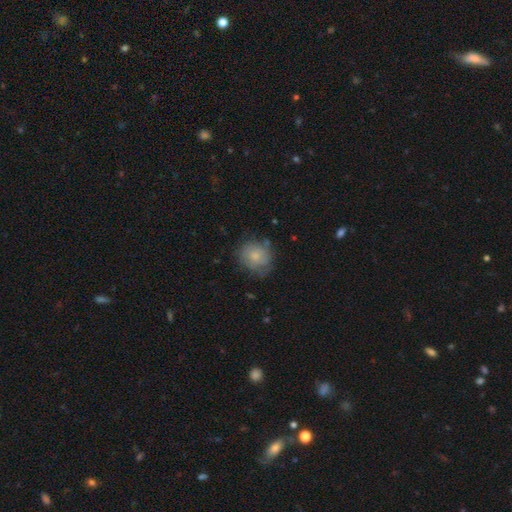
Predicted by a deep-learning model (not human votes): Smooth or featured? Predicted: smooth (p=0.68). How rounded? Predicted: round (p=0.82). Merging? Predicted: none (p=0.65).